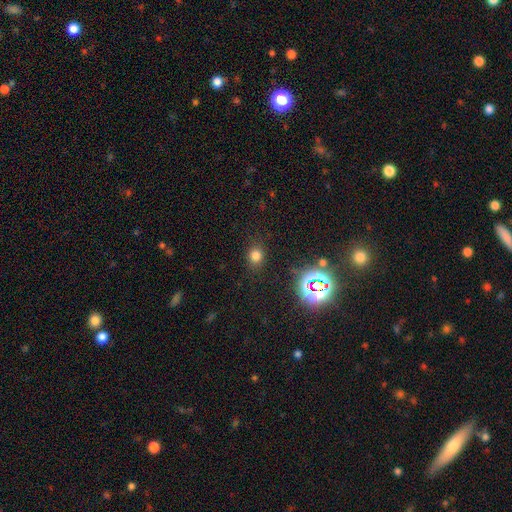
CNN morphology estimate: Overall: smooth (73%). How rounded: round (74%). Merging: none (85%).